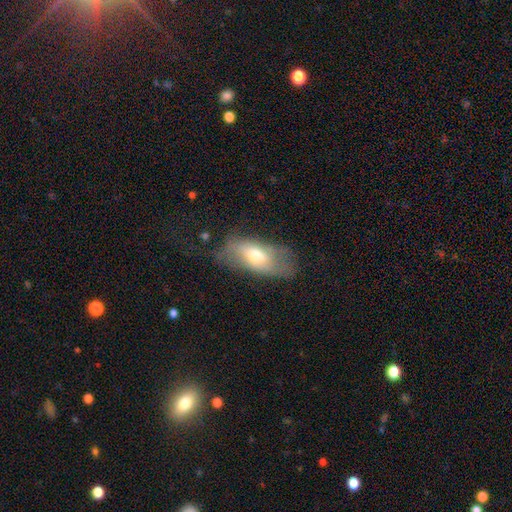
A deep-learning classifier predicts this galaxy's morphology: Smooth or featured: smooth — 57% (featured or disk — 34%)
How rounded: in between — 86% (cigar-shaped — 10%)
Merging: none — 46% (minor disturbance — 31%)